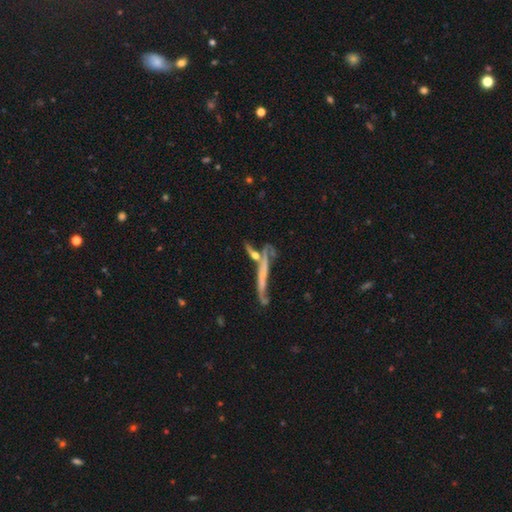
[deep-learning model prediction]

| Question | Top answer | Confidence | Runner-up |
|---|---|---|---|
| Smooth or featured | featured or disk | 51% | smooth (39%) |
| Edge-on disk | yes | 66% | no (34%) |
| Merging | none | 41% | merger (34%) |